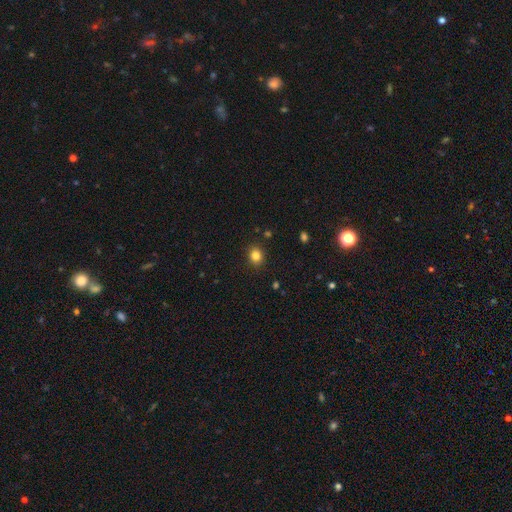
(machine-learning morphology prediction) Smooth or featured? Predicted: smooth (p=0.83). How rounded? Predicted: round (p=0.70). Merging? Predicted: none (p=0.89).